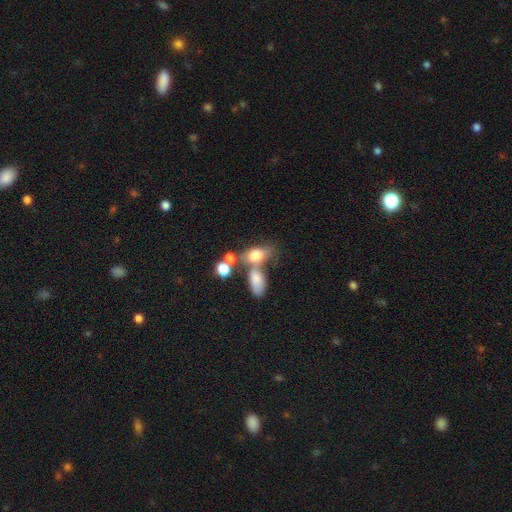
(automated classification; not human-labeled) smooth_or_featured: smooth (p=0.71) [alt: featured or disk p=0.19]
how_rounded: in between (p=0.75) [alt: round p=0.18]
merging: merger (p=0.49) [alt: none p=0.29]